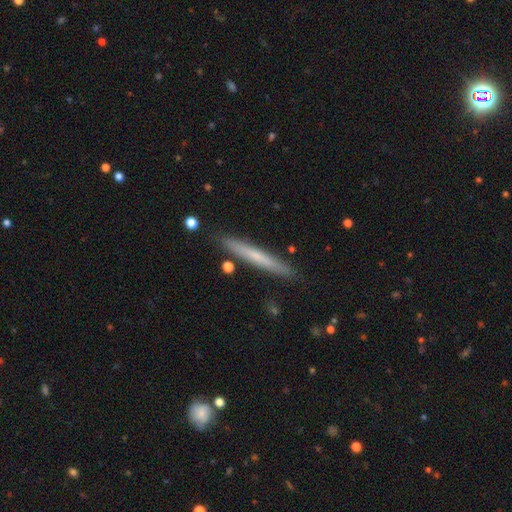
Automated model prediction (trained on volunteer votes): smooth 57%, featured or disk 37%, star or artifact 6%. Down the decision tree: how rounded — cigar-shaped (96%); merging — none (89%).